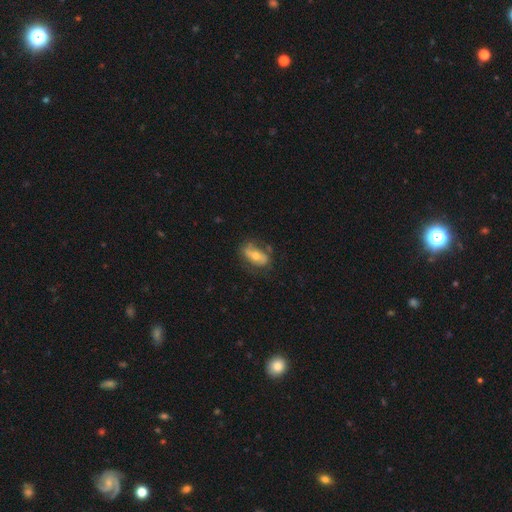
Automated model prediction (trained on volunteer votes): This appears to be a featured or disk galaxy (54%). Merging: none (63%).